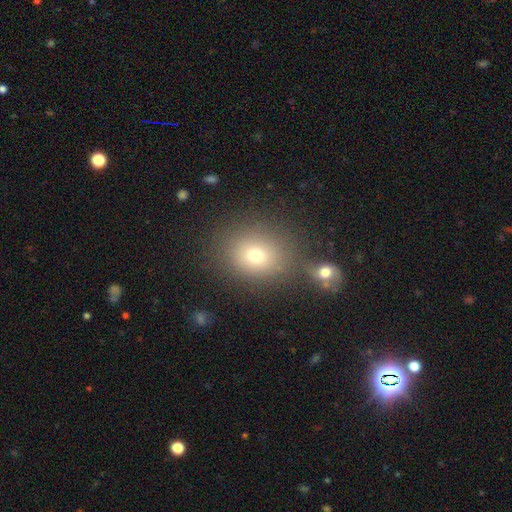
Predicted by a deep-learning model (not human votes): This appears to be a smooth galaxy with no disk features (72%) that is round (70%). Merging: none (72%).